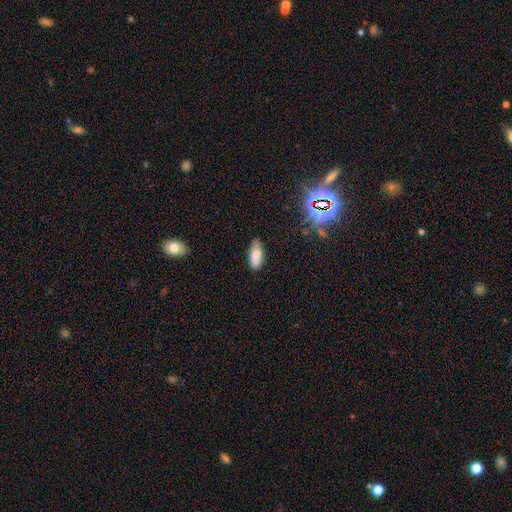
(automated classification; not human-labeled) Overall: smooth (77%). How rounded: in between (85%). Merging: none (77%).